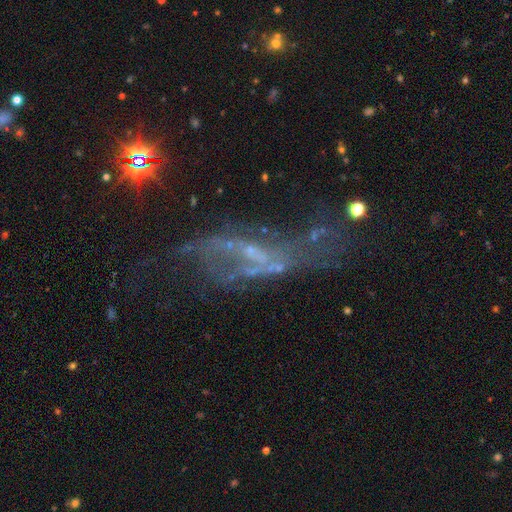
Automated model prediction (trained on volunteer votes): Morphology: type=featured or disk (66%); edge-on=no (84%); bar=no (50%); spiral arms=no (51%); bulge=small (43%); merging=none (36%).